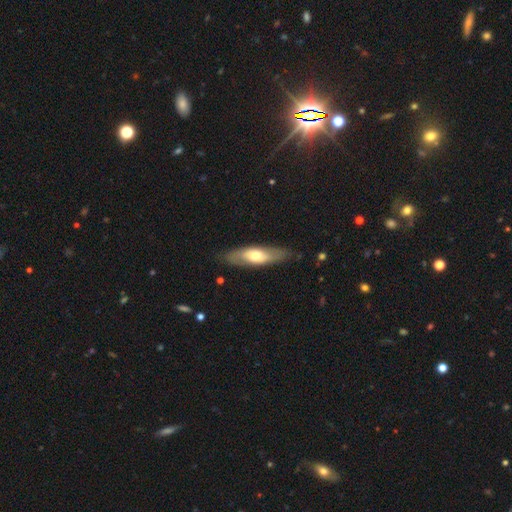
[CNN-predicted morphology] Overall: smooth (52%; featured or disk 42%). How rounded: in between (49%, tied with cigar-shaped). Merging: none (82%).